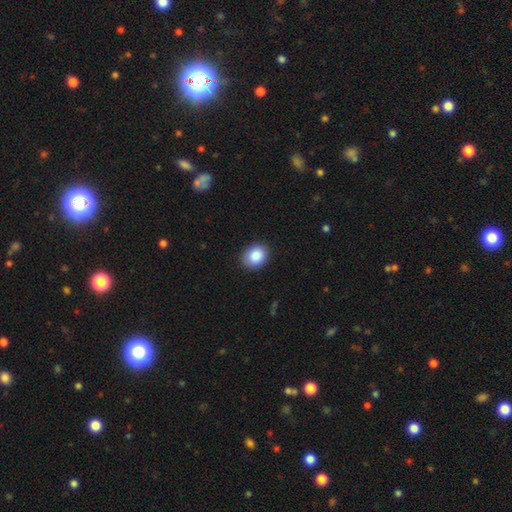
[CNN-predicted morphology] A smooth galaxy with no disk features (87%) that is round (51%). Merging: none (88%).